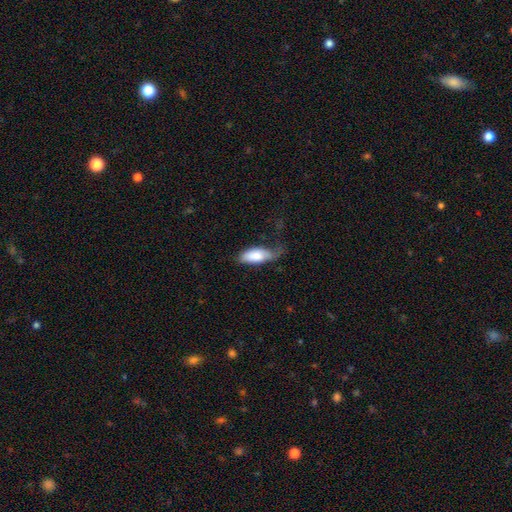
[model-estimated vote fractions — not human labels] Smooth or featured: smooth — 77% (featured or disk — 17%)
How rounded: in between — 85% (cigar-shaped — 13%)
Merging: minor disturbance — 37% (none — 32%)